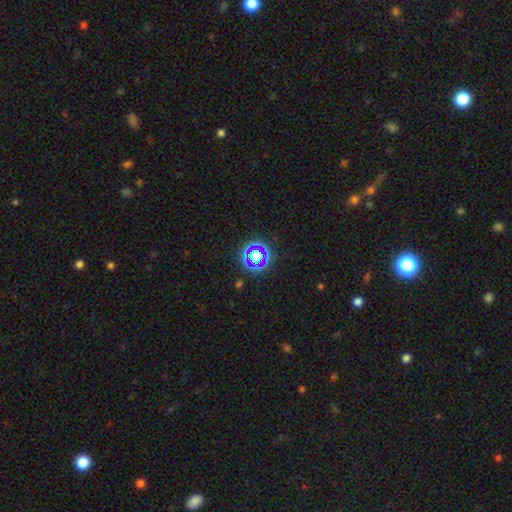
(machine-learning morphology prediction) type=star or artifact (59%).